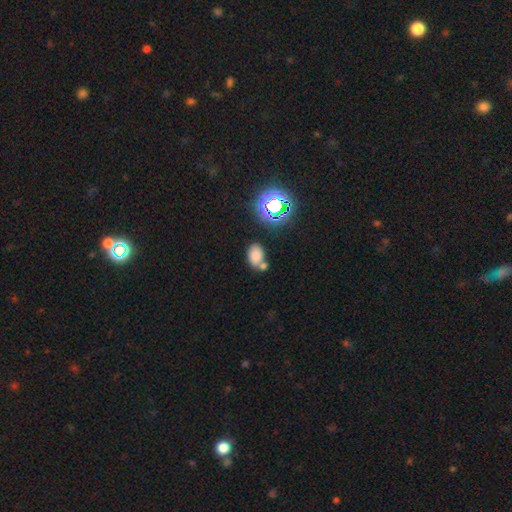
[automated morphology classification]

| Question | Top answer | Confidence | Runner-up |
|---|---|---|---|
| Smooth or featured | smooth | 75% | star or artifact (17%) |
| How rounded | in between | 82% | round (16%) |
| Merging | none | 57% | merger (24%) |